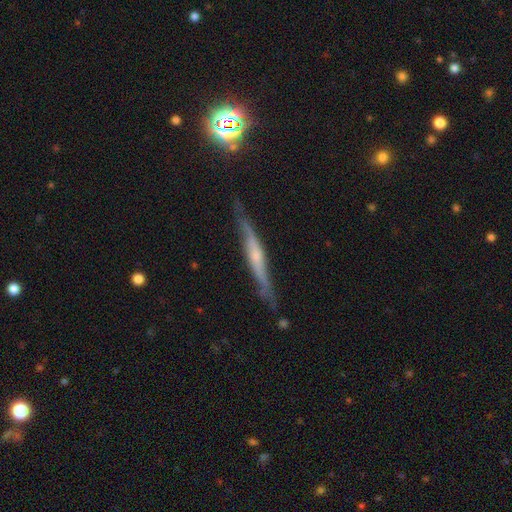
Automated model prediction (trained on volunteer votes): This is likely a featured or disk galaxy (67%). It is clearly viewed edge-on (92%). Edge-on bulge: possibly rounded (50%). Merging: likely none (75%).